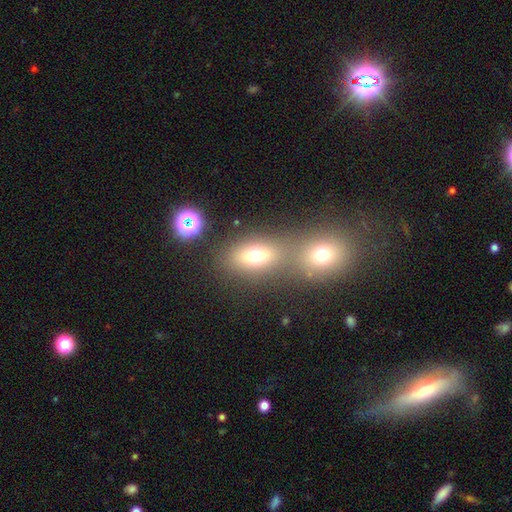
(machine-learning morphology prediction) Q: Smooth or featured?
A: smooth (69%); runner-up: featured or disk (16%)
Q: How rounded?
A: in between (67%); runner-up: round (29%)
Q: Merging?
A: none (50%); runner-up: merger (36%)